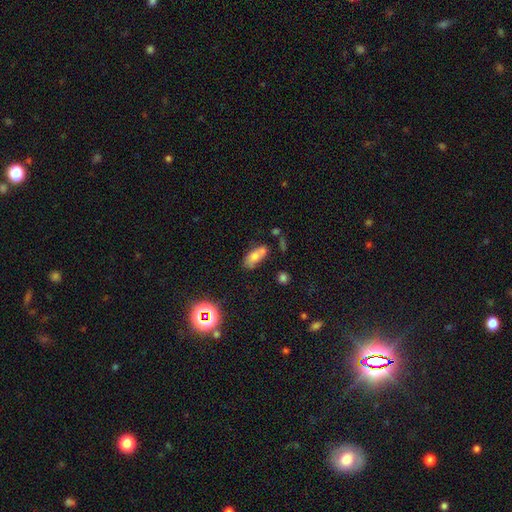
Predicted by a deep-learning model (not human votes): Smooth or featured? Predicted: smooth (p=0.66). How rounded? Predicted: in between (p=0.81). Merging? Predicted: none (p=0.39).